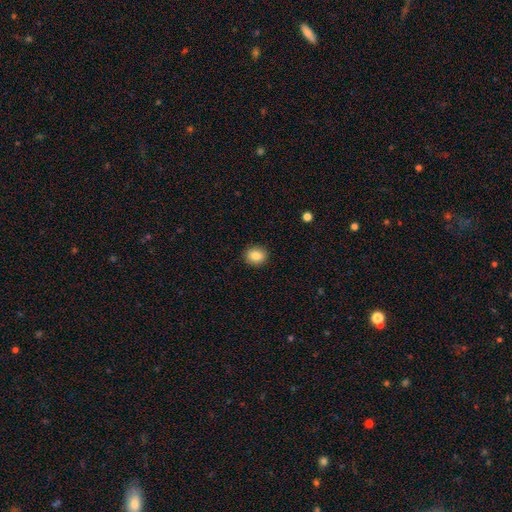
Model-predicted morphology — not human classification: smooth_or_featured: smooth (p=0.85) [alt: star or artifact p=0.09]
how_rounded: round (p=0.66) [alt: in between p=0.33]
merging: none (p=0.91) [alt: minor disturbance p=0.06]